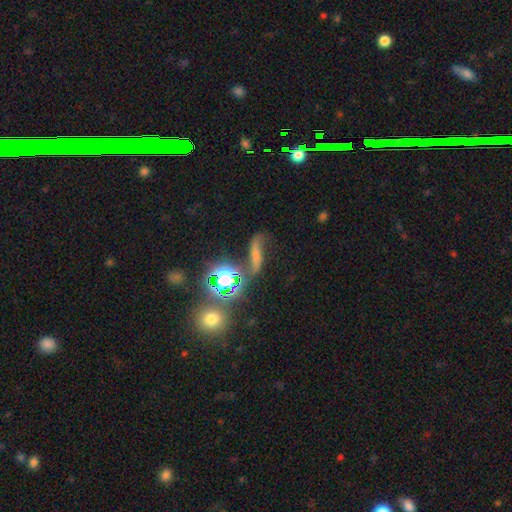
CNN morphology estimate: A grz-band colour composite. It shows a featured or disk galaxy (38%). Merging: none (51%).